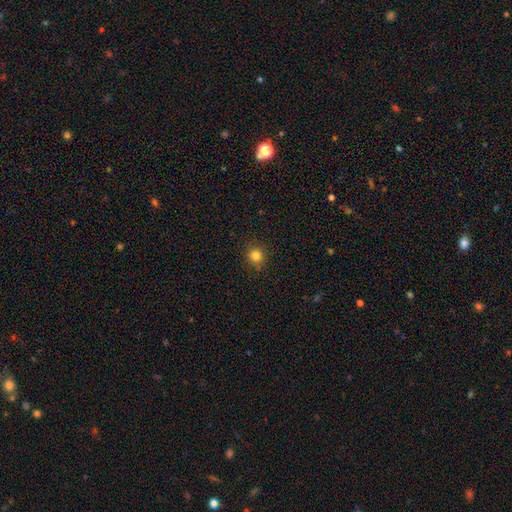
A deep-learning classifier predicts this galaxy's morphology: This is clearly a smooth galaxy (82%). How rounded: clearly round (88%). Merging: clearly none (89%).